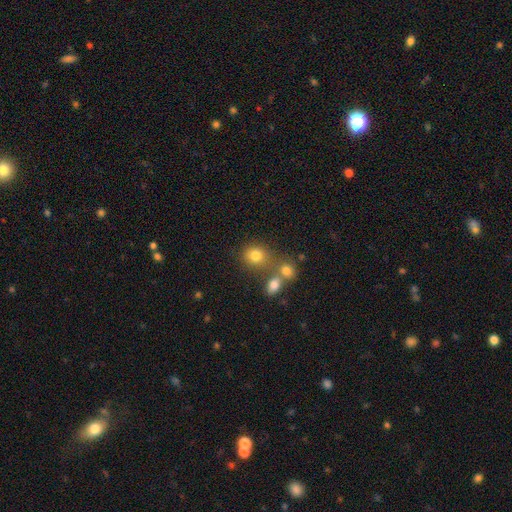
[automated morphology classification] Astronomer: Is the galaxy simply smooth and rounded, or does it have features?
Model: smooth — 79%.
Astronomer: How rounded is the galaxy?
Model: round — 74%.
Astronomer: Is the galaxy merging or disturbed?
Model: none — 58%.